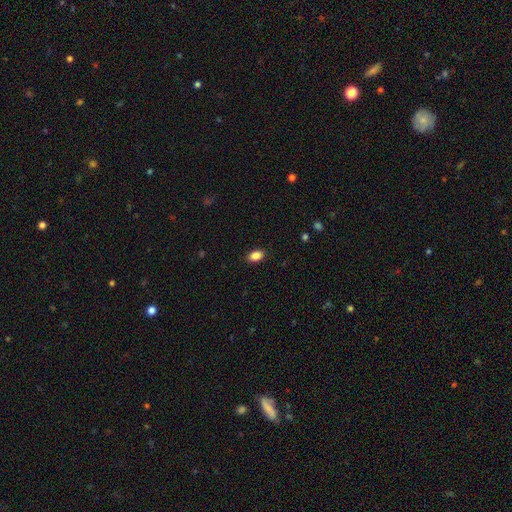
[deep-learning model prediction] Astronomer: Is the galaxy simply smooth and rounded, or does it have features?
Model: smooth — 87%.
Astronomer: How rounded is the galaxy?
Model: in between — 88%.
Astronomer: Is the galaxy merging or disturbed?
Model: none — 88%.